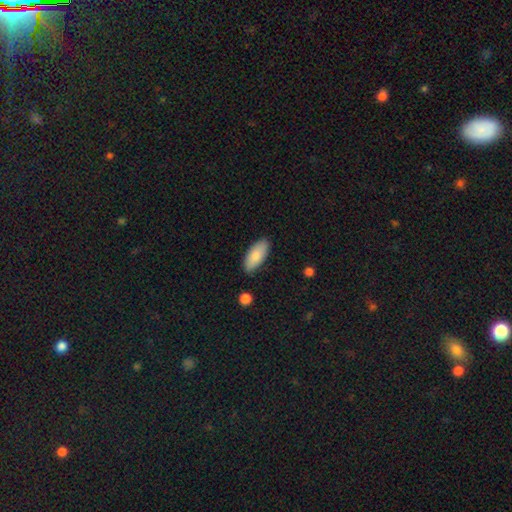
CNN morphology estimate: This appears to be a smooth galaxy with no disk features (83%) that is in between round and cigar-shaped (88%). Merging: none (85%).